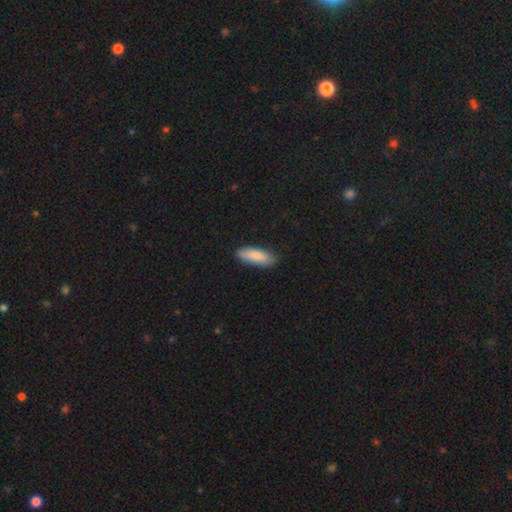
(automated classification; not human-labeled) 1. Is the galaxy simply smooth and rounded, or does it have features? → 86% smooth, 8% featured or disk, 5% star or artifact.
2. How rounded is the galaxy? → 60% in between, 39% cigar-shaped, 2% round.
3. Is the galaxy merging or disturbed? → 82% none, 15% minor disturbance, 2% major disturbance, 1% merger.